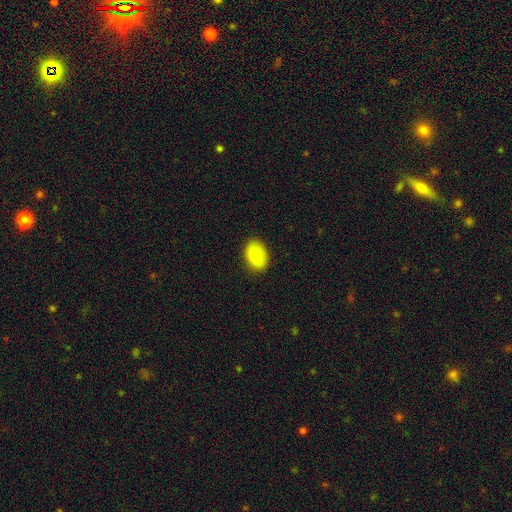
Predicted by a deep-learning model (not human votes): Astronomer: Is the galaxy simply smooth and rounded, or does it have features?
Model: smooth — 89%.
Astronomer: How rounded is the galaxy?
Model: in between — 87%.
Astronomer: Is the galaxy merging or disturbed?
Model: none — 85%.